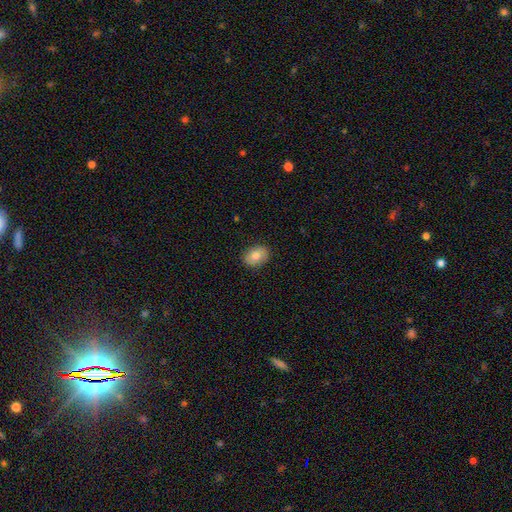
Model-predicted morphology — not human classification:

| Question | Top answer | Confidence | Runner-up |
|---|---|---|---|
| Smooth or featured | smooth | 80% | featured or disk (12%) |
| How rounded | in between | 76% | round (23%) |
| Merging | none | 88% | minor disturbance (9%) |